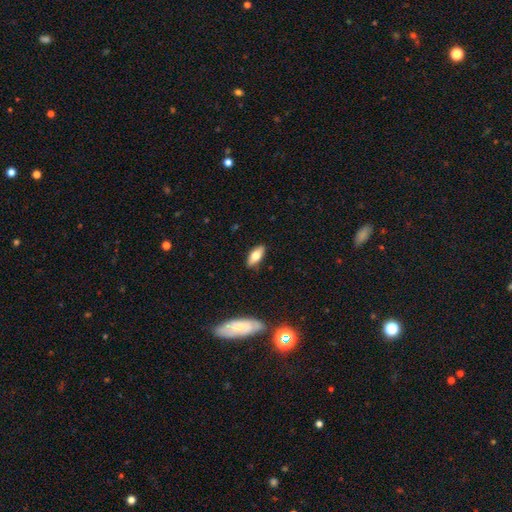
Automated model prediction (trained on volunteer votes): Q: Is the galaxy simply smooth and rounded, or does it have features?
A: smooth — 68%.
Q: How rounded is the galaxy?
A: in between — 78%.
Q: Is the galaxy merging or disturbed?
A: none — 87%.